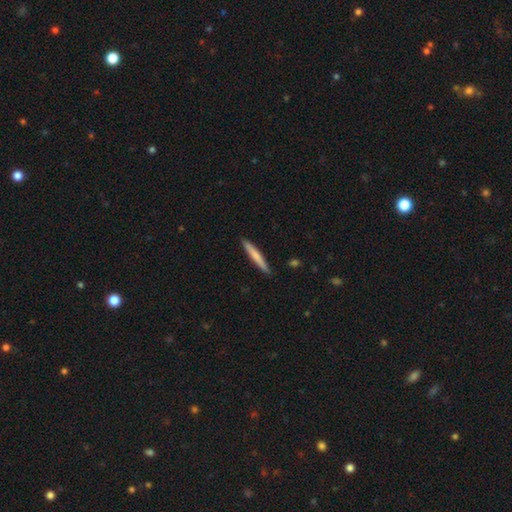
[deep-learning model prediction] Smooth or featured? smooth (68%)
How rounded? cigar-shaped (96%)
Merging? none (91%)